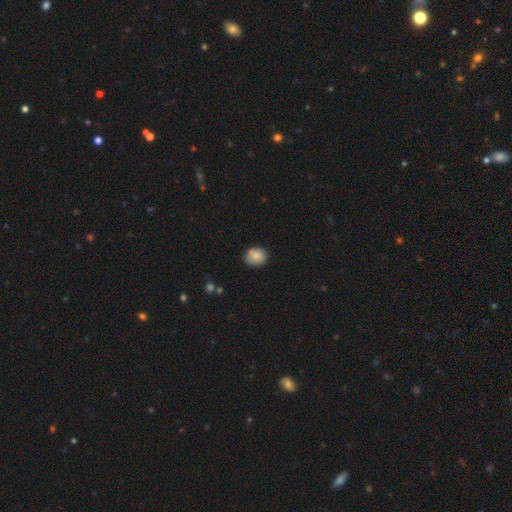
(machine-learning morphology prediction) smooth-or-featured: smooth: 82% | featured or disk: 10% | star or artifact: 8%
  how-rounded: round: 52% | in between: 47% | cigar-shaped: 1%
  merging: none: 75% | minor disturbance: 17% | merger: 5% | major disturbance: 3%